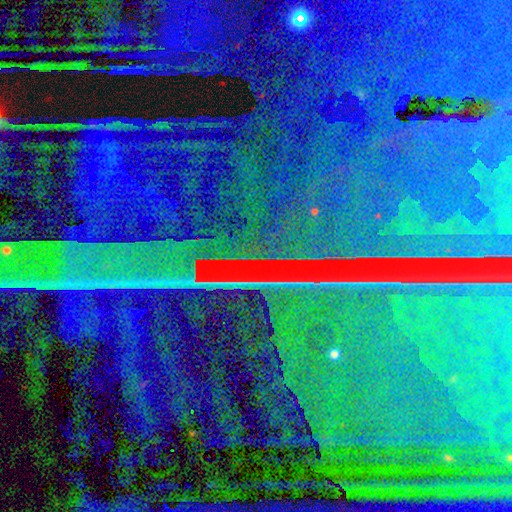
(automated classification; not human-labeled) A star or artifact, not a galaxy (87%).